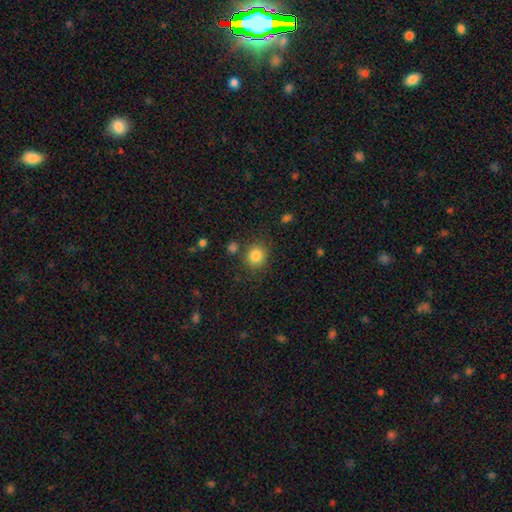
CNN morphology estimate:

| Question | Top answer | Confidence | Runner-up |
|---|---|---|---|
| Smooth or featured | smooth | 84% | star or artifact (11%) |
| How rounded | round | 82% | in between (17%) |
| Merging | none | 82% | minor disturbance (9%) |